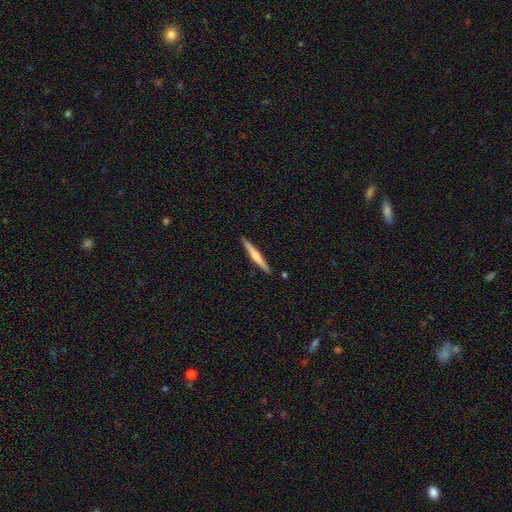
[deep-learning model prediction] Smooth or featured?
  - featured or disk: 48% *
  - smooth: 47%
  - star or artifact: 5%
Merging?
  - none: 91% *
  - minor disturbance: 7%
  - merger: 1%
  - major disturbance: 1%